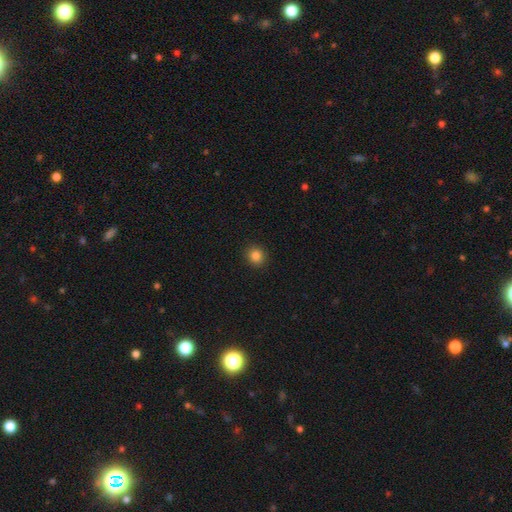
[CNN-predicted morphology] smooth_or_featured: smooth (p=0.85) [alt: star or artifact p=0.11]
how_rounded: round (p=0.87) [alt: in between p=0.12]
merging: none (p=0.92) [alt: minor disturbance p=0.05]